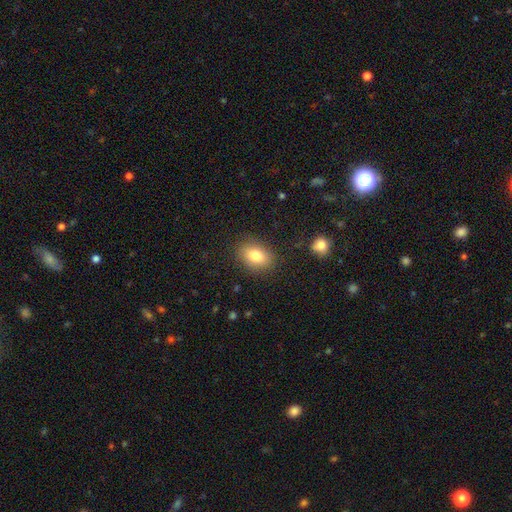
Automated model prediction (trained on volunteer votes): Morphology: type=smooth (82%); roundness=in between (81%); merging=none (84%).